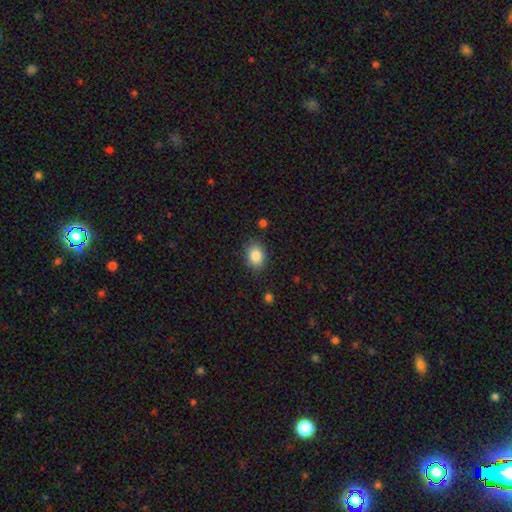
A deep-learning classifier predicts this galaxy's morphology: The model was most divided on "how rounded": in between: 65%, round: 34%, cigar-shaped: 1%. More confident: smooth or featured — smooth (86%); merging — none (84%).